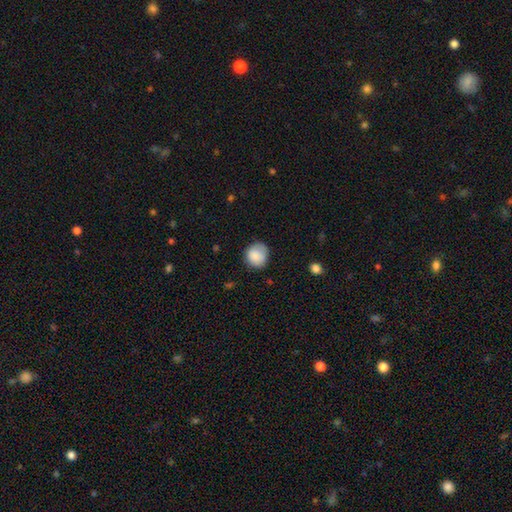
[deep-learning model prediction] The model was most divided on "merging": none: 72%, minor disturbance: 21%, major disturbance: 5%, merger: 1%. More confident: smooth or featured — smooth (86%); how rounded — round (85%).